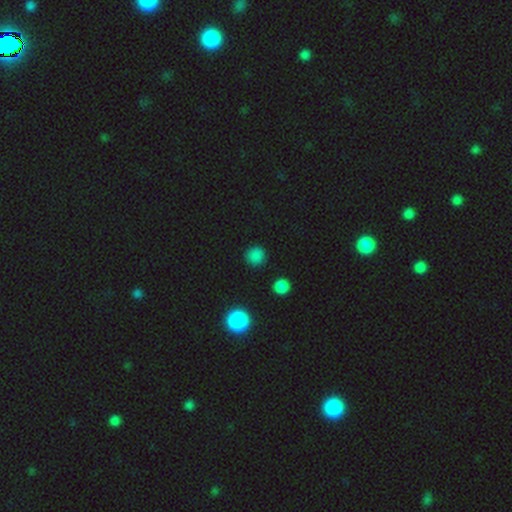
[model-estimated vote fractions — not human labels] smooth 82%, star or artifact 15%, featured or disk 3%. Down the decision tree: how rounded — round (93%); merging — none (90%).